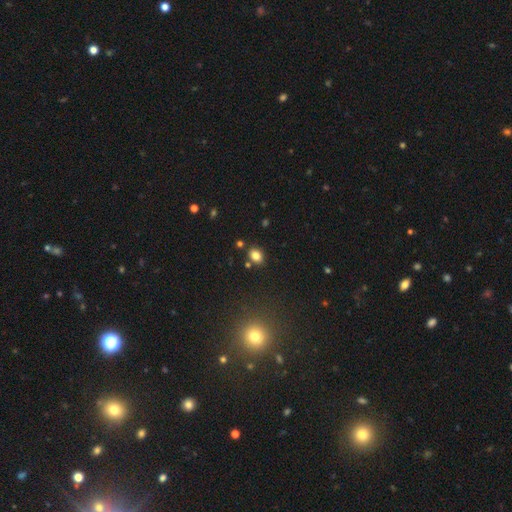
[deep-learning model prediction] smooth_or_featured: smooth (p=0.80) [alt: star or artifact p=0.12]
how_rounded: in between (p=0.63) [alt: round p=0.36]
merging: none (p=0.81) [alt: minor disturbance p=0.10]